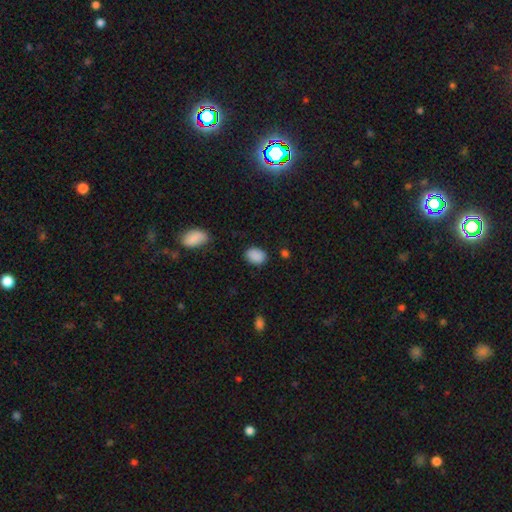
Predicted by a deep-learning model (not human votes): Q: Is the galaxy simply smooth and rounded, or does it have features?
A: smooth — 89%.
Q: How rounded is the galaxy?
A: in between — 72%.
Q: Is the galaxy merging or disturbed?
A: none — 84%.